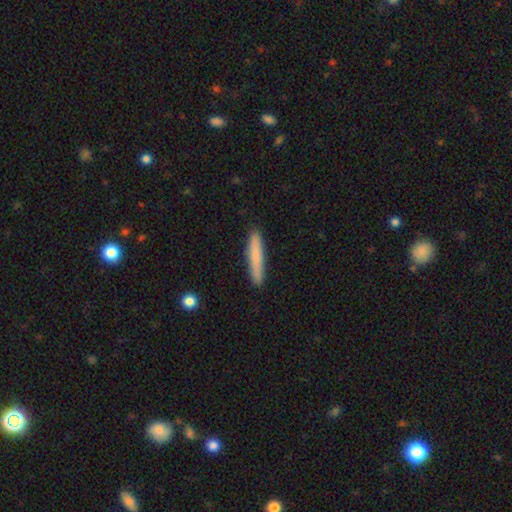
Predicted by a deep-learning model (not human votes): This is likely a smooth galaxy (76%). How rounded: clearly cigar-shaped (93%). Merging: clearly none (89%).